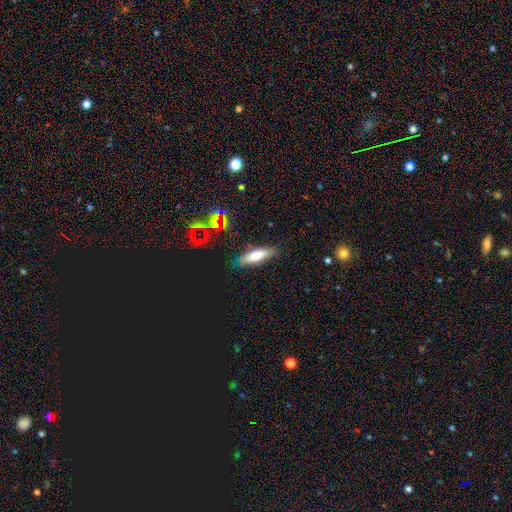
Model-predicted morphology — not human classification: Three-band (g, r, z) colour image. It shows a smooth galaxy with no disk features (66%) that is cigar-shaped (53%). Merging: none (83%).